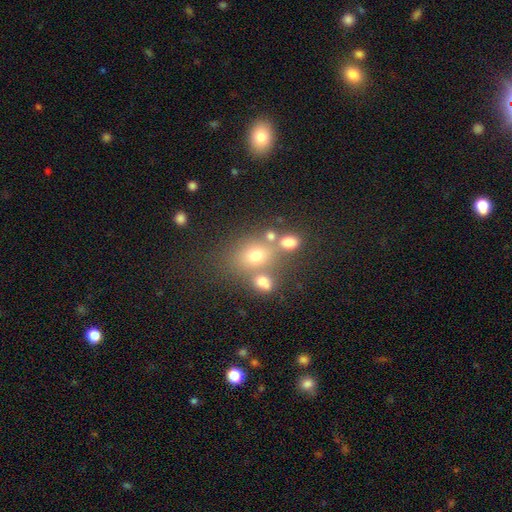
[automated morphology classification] Smooth or featured: smooth — 66% (star or artifact — 18%)
How rounded: round — 54% (in between — 45%)
Merging: none — 50% (merger — 32%)